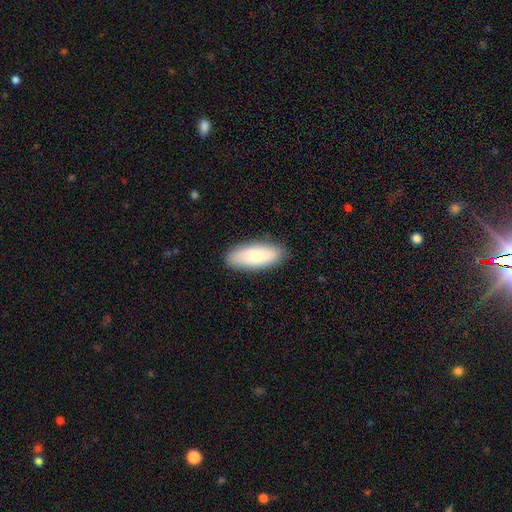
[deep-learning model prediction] Smooth or featured? Predicted: smooth (p=0.78). How rounded? Predicted: in between (p=0.80). Merging? Predicted: none (p=0.88).